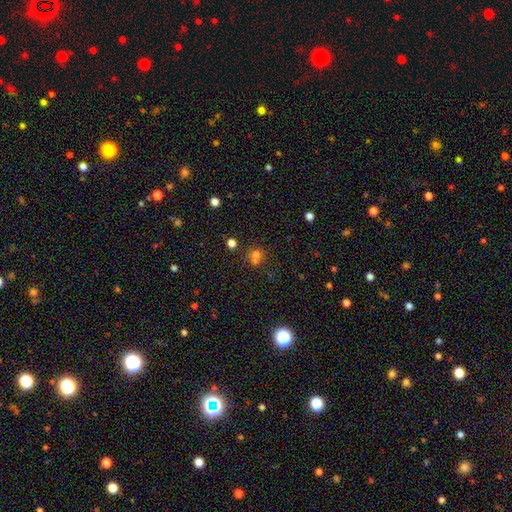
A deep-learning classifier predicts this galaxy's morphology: Smooth or featured? Predicted: smooth (p=0.64). How rounded? Predicted: round (p=0.79). Merging? Predicted: none (p=0.45).